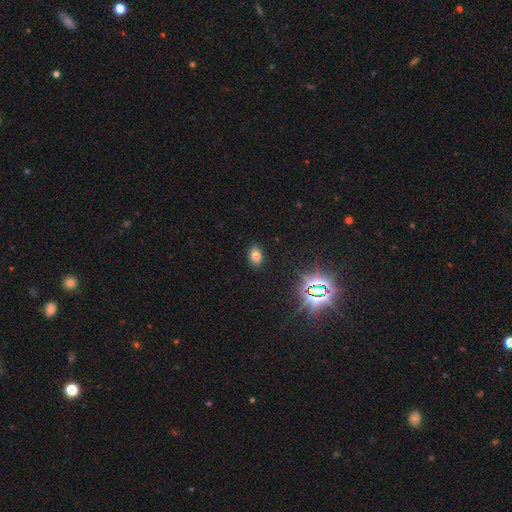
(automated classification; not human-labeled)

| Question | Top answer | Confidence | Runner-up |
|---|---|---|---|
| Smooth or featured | smooth | 74% | star or artifact (19%) |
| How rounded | in between | 86% | round (13%) |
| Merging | none | 87% | minor disturbance (9%) |